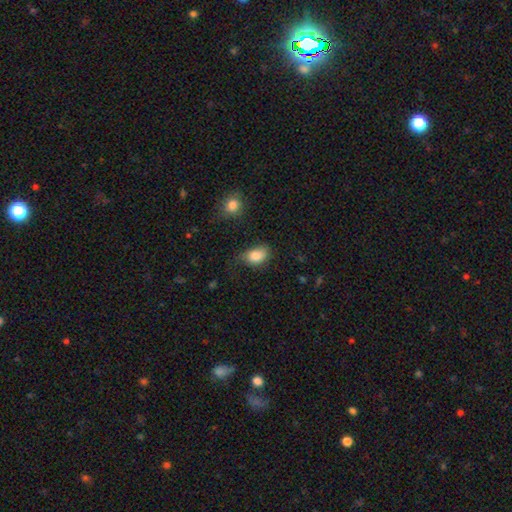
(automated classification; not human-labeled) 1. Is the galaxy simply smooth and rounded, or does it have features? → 83% smooth, 9% featured or disk, 9% star or artifact.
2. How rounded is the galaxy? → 83% in between, 16% round, 1% cigar-shaped.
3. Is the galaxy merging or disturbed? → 52% none, 33% minor disturbance, 11% major disturbance, 3% merger.